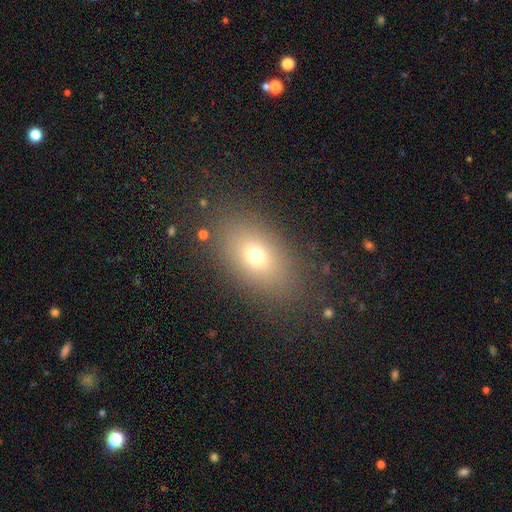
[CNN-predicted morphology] type=smooth (69%); roundness=in between (77%); merging=none (81%).